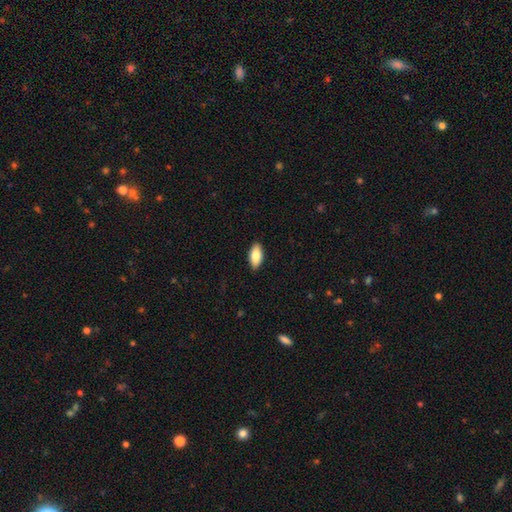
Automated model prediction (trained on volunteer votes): Smooth or featured?
  - smooth: 84% *
  - featured or disk: 10%
  - star or artifact: 6%
How rounded?
  - in between: 91% *
  - cigar-shaped: 7%
  - round: 2%
Merging?
  - none: 90% *
  - minor disturbance: 8%
  - major disturbance: 2%
  - merger: 1%